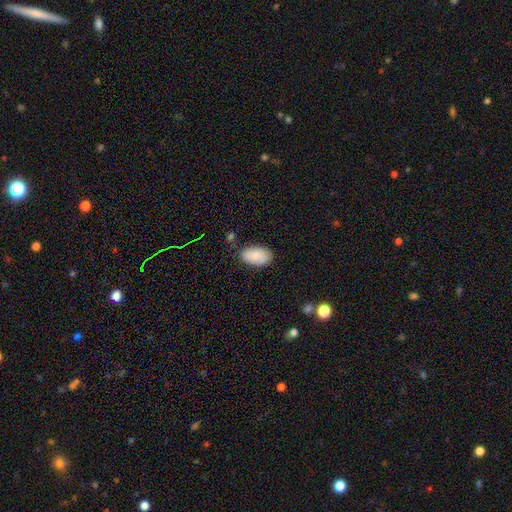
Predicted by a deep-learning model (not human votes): Smooth or featured: smooth — 88% (star or artifact — 7%)
How rounded: in between — 95% (round — 4%)
Merging: none — 78% (minor disturbance — 16%)